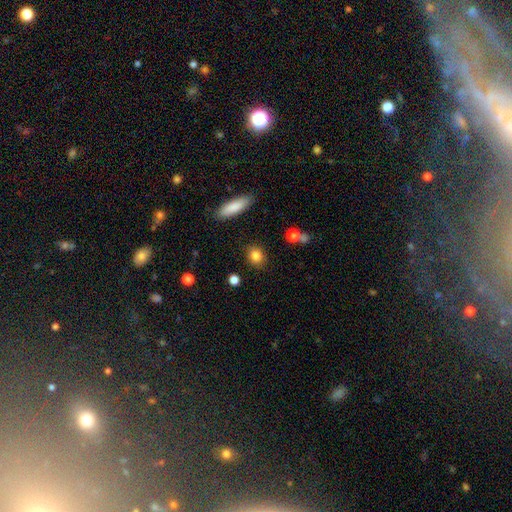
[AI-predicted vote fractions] This is clearly a smooth galaxy (85%). How rounded: possibly round (60%). Merging: clearly none (87%).